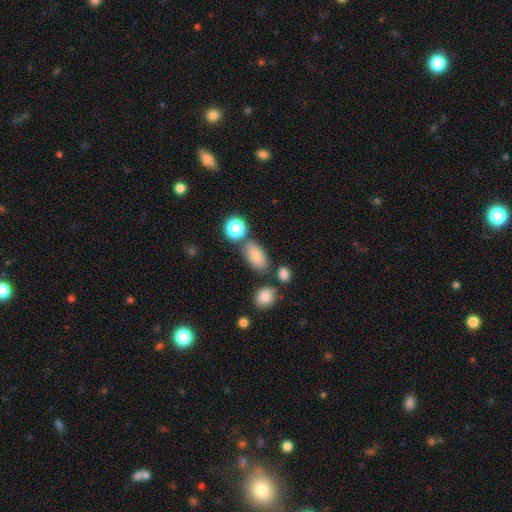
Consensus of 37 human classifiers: This is clearly a smooth galaxy (86%). How rounded: clearly in between (91%). Merging: likely none (76%).